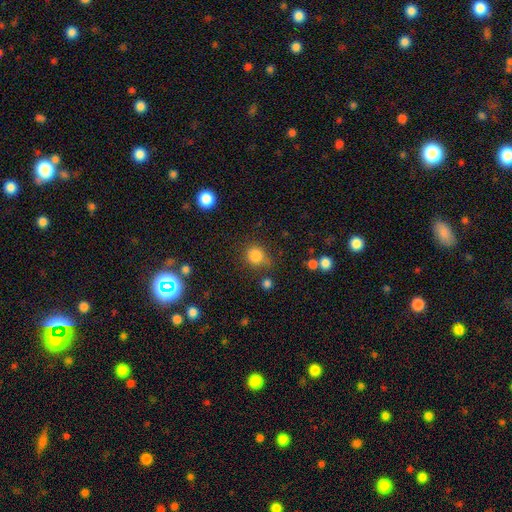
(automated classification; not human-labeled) Morphology: type=smooth (83%); roundness=round (84%); merging=none (73%).